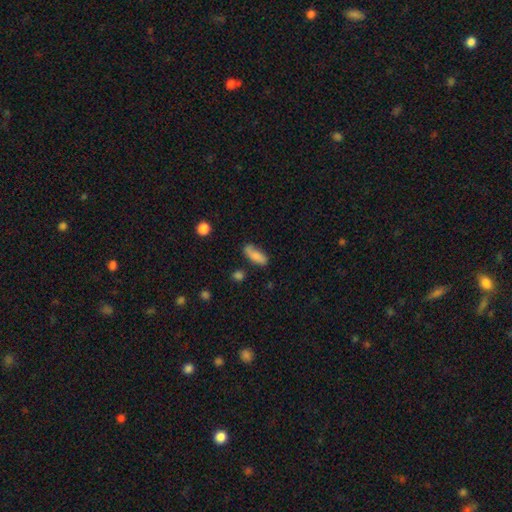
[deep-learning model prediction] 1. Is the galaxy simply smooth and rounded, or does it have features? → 81% smooth, 11% featured or disk, 8% star or artifact.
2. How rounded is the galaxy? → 73% in between, 24% cigar-shaped, 3% round.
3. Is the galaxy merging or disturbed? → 63% none, 25% minor disturbance, 7% major disturbance, 6% merger.